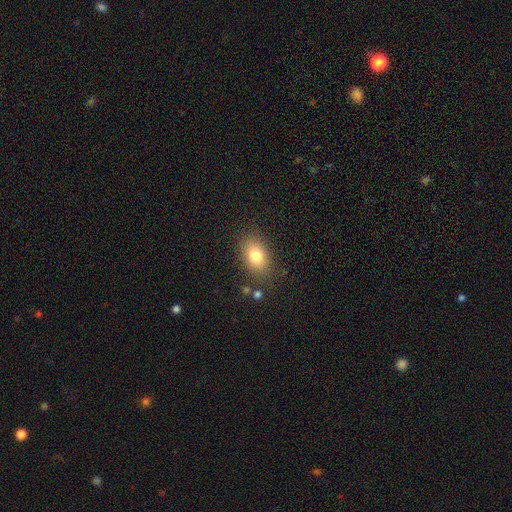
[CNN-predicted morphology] Smooth or featured?
  - smooth: 79% *
  - featured or disk: 11%
  - star or artifact: 10%
How rounded?
  - in between: 80% *
  - round: 18%
  - cigar-shaped: 1%
Merging?
  - none: 82% *
  - minor disturbance: 12%
  - major disturbance: 4%
  - merger: 3%